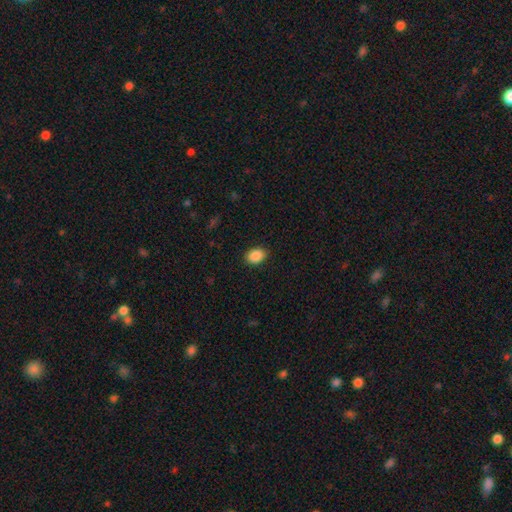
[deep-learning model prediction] Smooth or featured? smooth (88%)
How rounded? in between (70%)
Merging? none (87%)